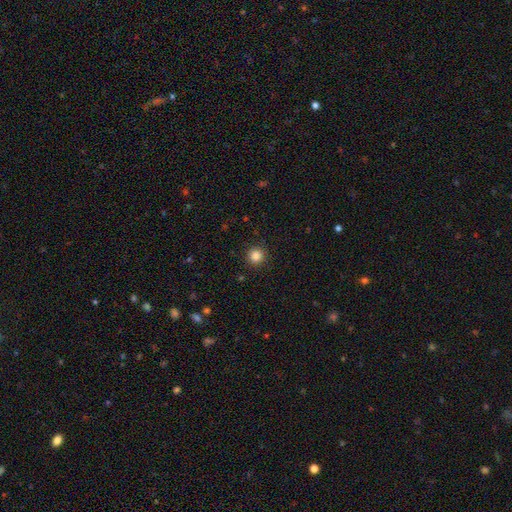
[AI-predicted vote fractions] This appears to be a smooth galaxy with no disk features (85%) that is round (95%). Merging: none (92%).